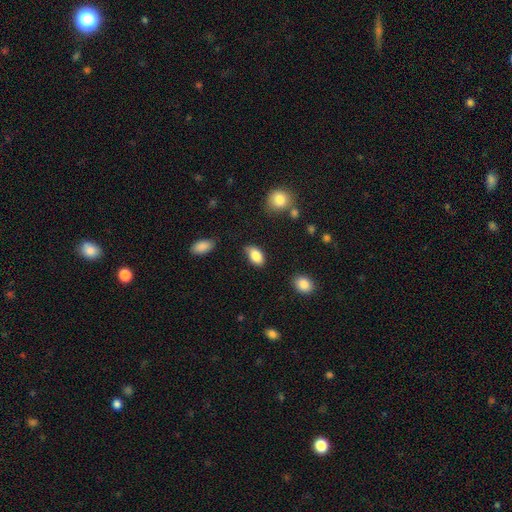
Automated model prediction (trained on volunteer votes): Smooth or featured?
  - smooth: 84% *
  - featured or disk: 8%
  - star or artifact: 7%
How rounded?
  - in between: 92% *
  - round: 6%
  - cigar-shaped: 2%
Merging?
  - none: 69% *
  - minor disturbance: 23%
  - major disturbance: 5%
  - merger: 3%